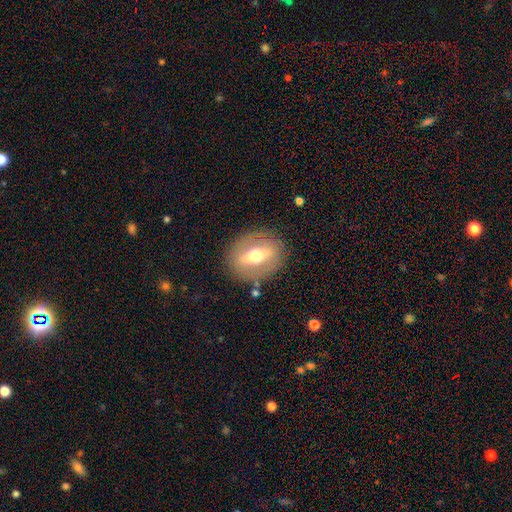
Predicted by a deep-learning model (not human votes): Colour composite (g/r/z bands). It shows a featured or disk galaxy (58%). Merging: none (82%).